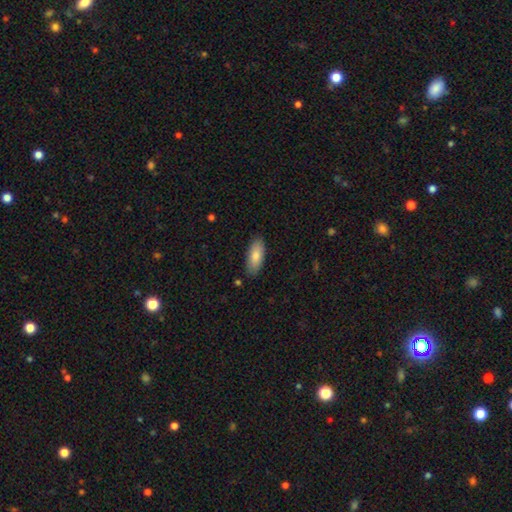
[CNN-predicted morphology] Overall: smooth (83%). How rounded: in between (80%). Merging: none (85%).